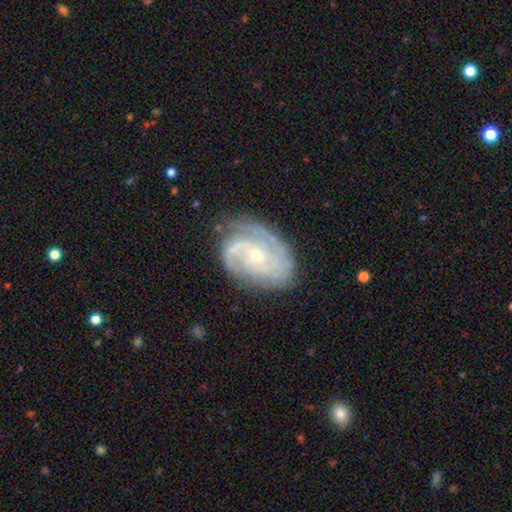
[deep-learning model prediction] The model was most divided on "spiral winding": tight: 54%, medium: 37%, loose: 9%. Remaining: edge-on disk — no (97%); spiral arms — yes (97%); smooth or featured — featured or disk (88%); merging — none (73%); bar — no (69%); bulge size — small (68%); spiral arm count — 2 (42%).